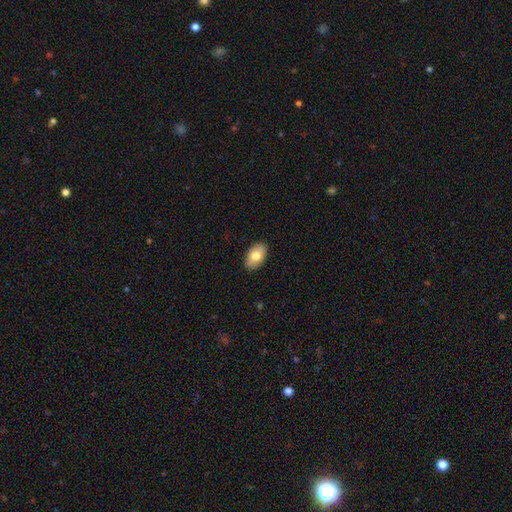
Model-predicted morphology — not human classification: Smooth or featured? Predicted: smooth (p=0.78). How rounded? Predicted: in between (p=0.93). Merging? Predicted: none (p=0.89).